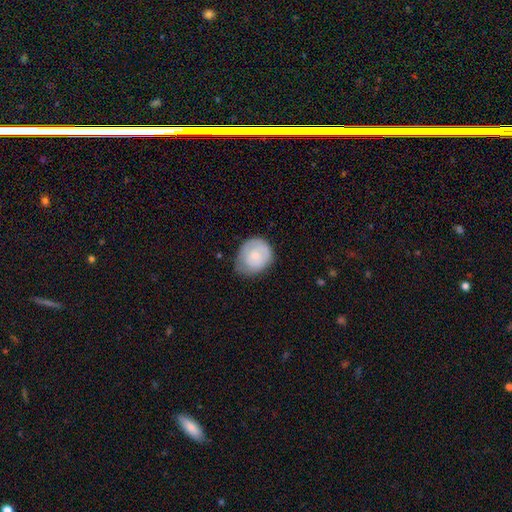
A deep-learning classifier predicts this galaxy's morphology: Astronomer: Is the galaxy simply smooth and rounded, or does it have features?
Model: smooth — 62%.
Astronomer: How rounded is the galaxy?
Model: round — 69%.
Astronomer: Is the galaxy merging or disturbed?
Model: none — 51% (runner-up: minor disturbance, 36%).